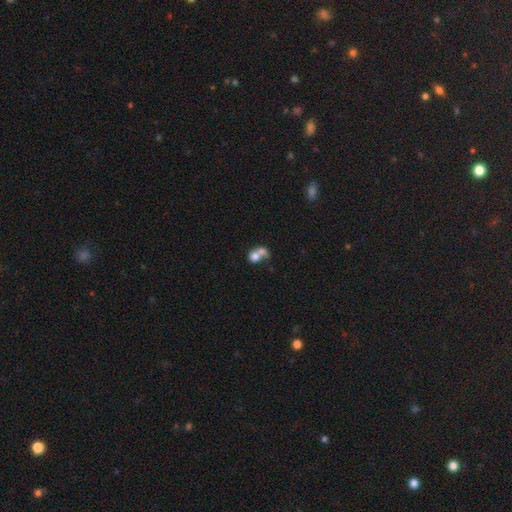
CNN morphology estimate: smooth 70%, featured or disk 21%, star or artifact 10%. Down the decision tree: how rounded — round (64%); merging — merger (68%).